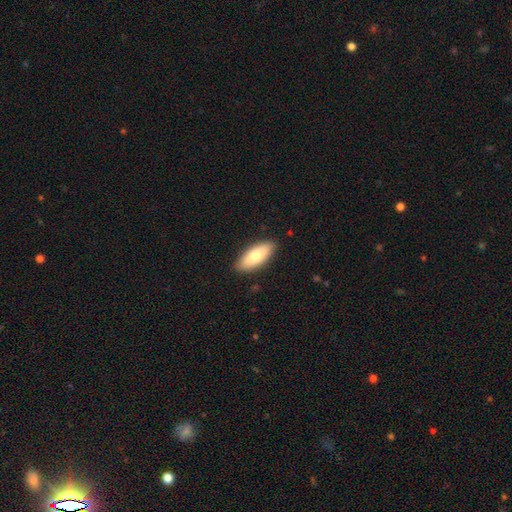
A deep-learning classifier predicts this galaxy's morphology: This appears to be a smooth galaxy with no disk features (77%) that is in between round and cigar-shaped (83%). Merging: none (88%).